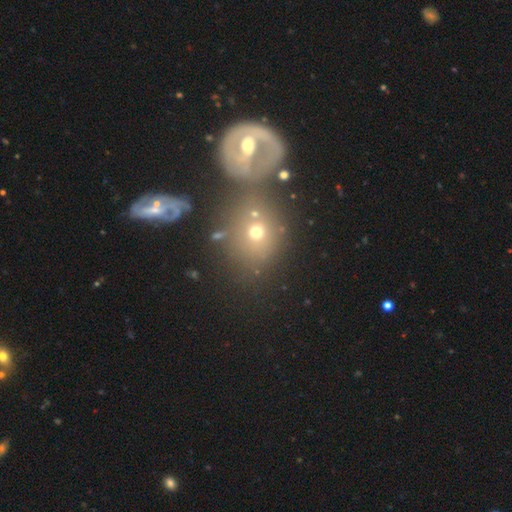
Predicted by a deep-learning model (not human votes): Smooth or featured? smooth (52%)
How rounded? round (77%)
Merging? none (50%)